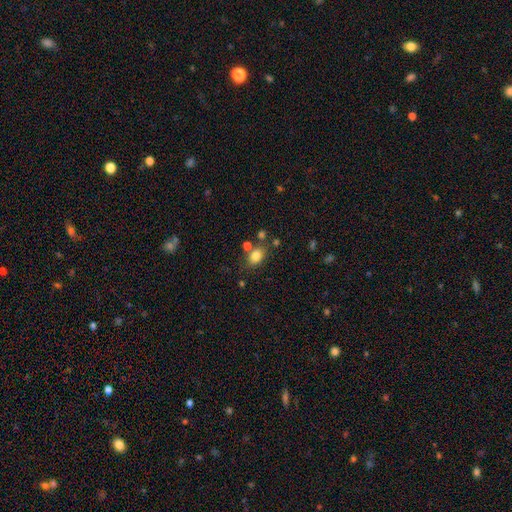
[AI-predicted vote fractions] This appears to be a smooth galaxy with no disk features (81%) that is in between round and cigar-shaped (70%). Merging: none (69%).